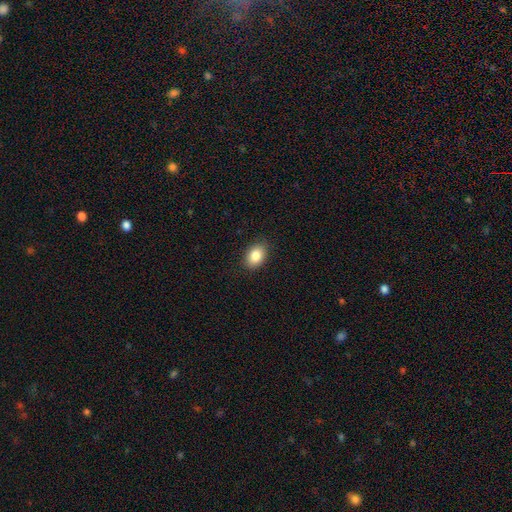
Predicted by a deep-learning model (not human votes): This appears to be a smooth galaxy with no disk features (86%) that is in between round and cigar-shaped (80%). Merging: none (87%).